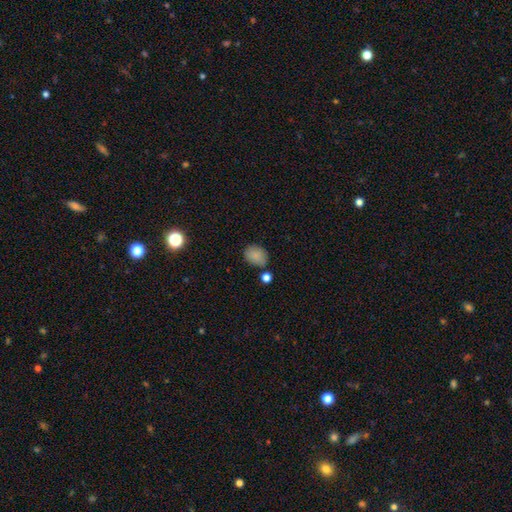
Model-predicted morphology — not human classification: smooth-or-featured: smooth: 85% | star or artifact: 10% | featured or disk: 5%
  how-rounded: in between: 69% | round: 30% | cigar-shaped: 1%
  merging: none: 74% | minor disturbance: 15% | merger: 7% | major disturbance: 4%